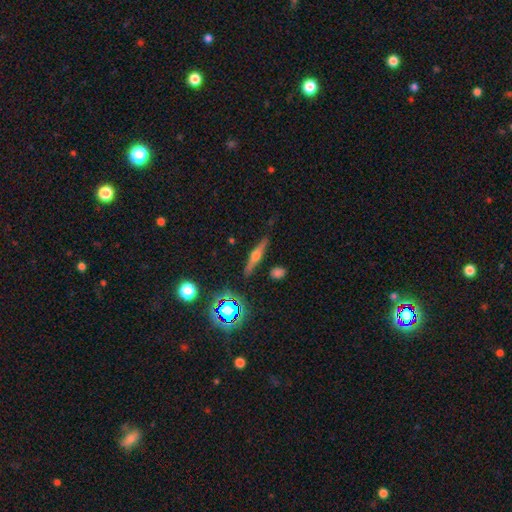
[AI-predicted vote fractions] This is likely a featured or disk galaxy (65%). It is clearly viewed edge-on (96%). Edge-on bulge: clearly rounded (91%). Merging: clearly none (86%).